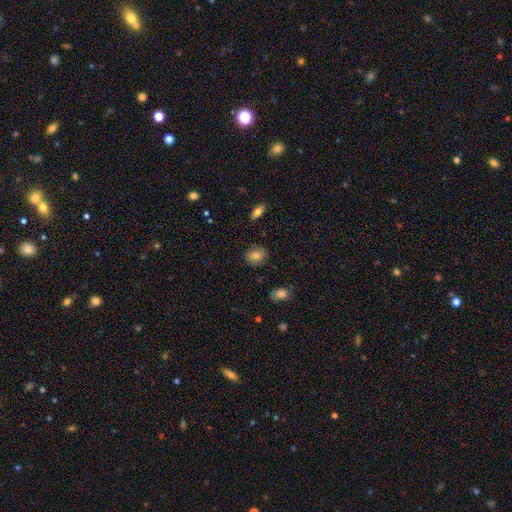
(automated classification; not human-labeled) smooth 79%, featured or disk 12%, star or artifact 9%. Down the decision tree: how rounded — round (63%); merging — none (85%).